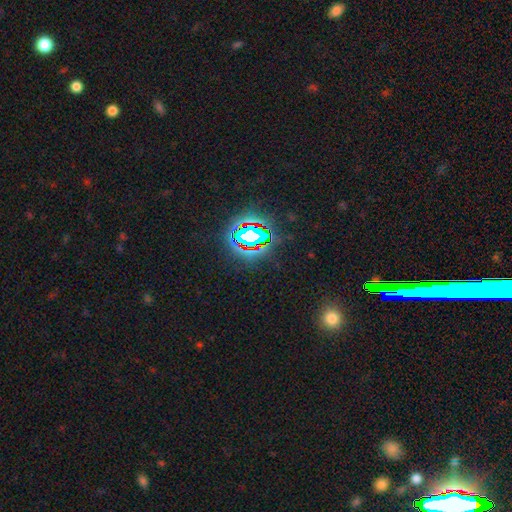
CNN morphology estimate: star or artifact 80%, smooth 12%, featured or disk 8%.